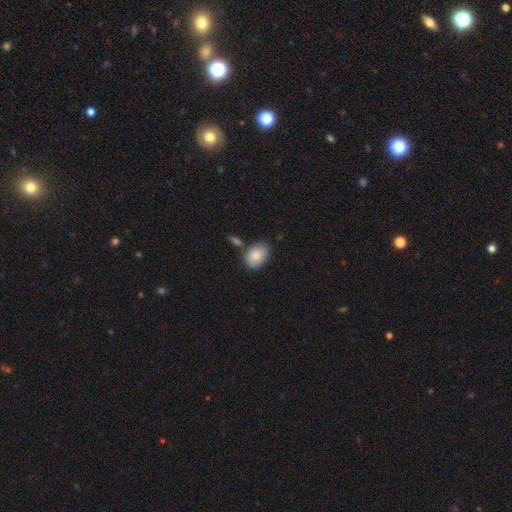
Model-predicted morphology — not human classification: A smooth galaxy with no disk features (84%) that is in between round and cigar-shaped (79%). Merging: none (65%).